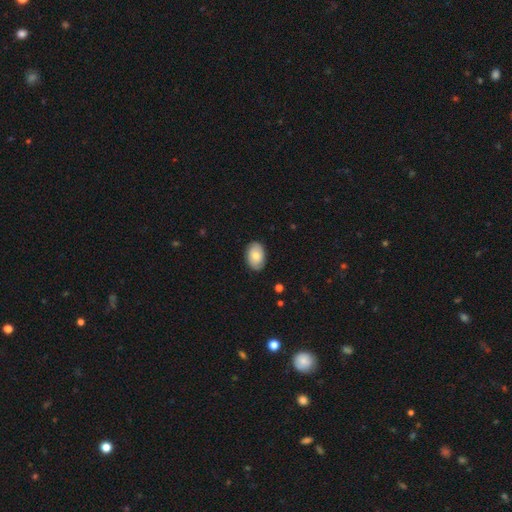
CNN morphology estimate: Smooth or featured?
  - smooth: 67% *
  - featured or disk: 26%
  - star or artifact: 7%
How rounded?
  - in between: 86% *
  - round: 13%
  - cigar-shaped: 1%
Merging?
  - none: 84% *
  - minor disturbance: 13%
  - major disturbance: 2%
  - merger: 1%